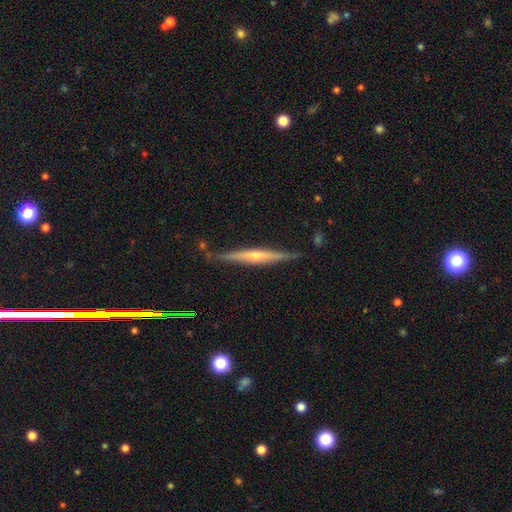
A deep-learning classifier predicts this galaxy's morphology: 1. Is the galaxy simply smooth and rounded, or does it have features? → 73% featured or disk, 21% smooth, 7% star or artifact.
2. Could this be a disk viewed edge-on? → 97% yes, 3% no.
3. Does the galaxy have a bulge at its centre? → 71% rounded, 21% none, 8% boxy.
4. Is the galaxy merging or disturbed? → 83% none, 12% minor disturbance, 2% merger, 2% major disturbance.